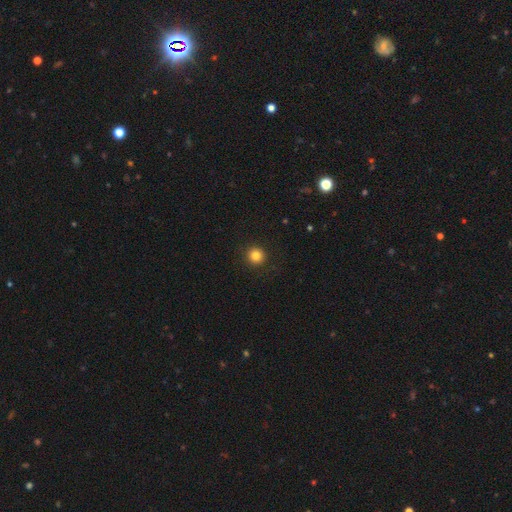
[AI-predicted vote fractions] A smooth galaxy with no disk features (83%) that is round (95%). Merging: none (92%).